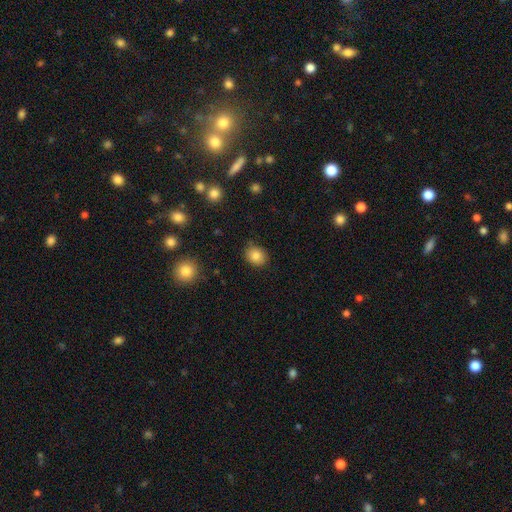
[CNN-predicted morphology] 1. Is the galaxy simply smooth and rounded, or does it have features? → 85% smooth, 9% star or artifact, 6% featured or disk.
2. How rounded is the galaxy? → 56% round, 43% in between, 1% cigar-shaped.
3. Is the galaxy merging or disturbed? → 84% none, 12% minor disturbance, 3% major disturbance, 1% merger.